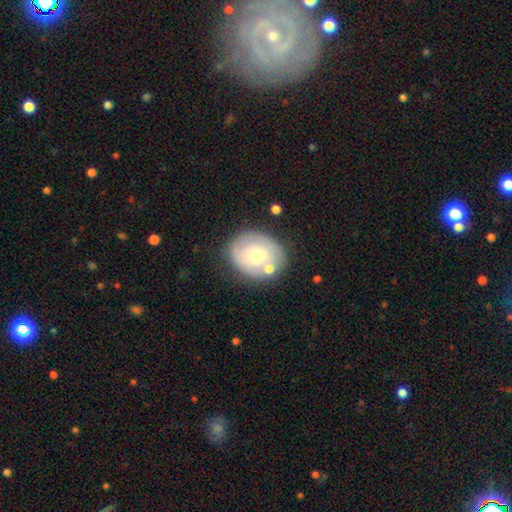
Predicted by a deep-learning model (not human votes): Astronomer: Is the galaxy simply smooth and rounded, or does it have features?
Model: smooth — 55% (runner-up: featured or disk, 37%).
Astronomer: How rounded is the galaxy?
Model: round — 58% (runner-up: in between, 41%).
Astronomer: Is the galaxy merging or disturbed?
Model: none — 66%.